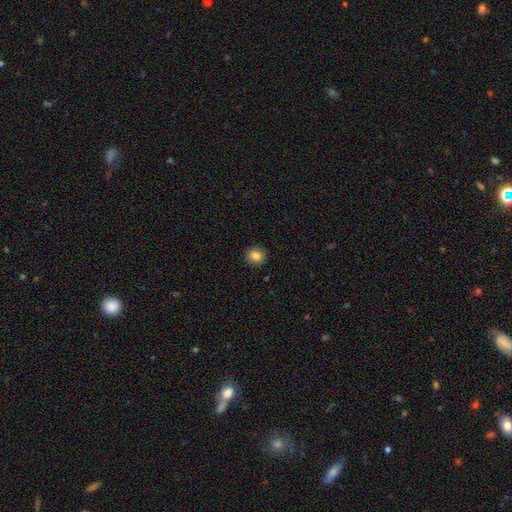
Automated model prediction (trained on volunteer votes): The model was most divided on "how rounded": round: 86%, in between: 13%, cigar-shaped: 1%. More confident: merging — none (91%); smooth or featured — smooth (84%).